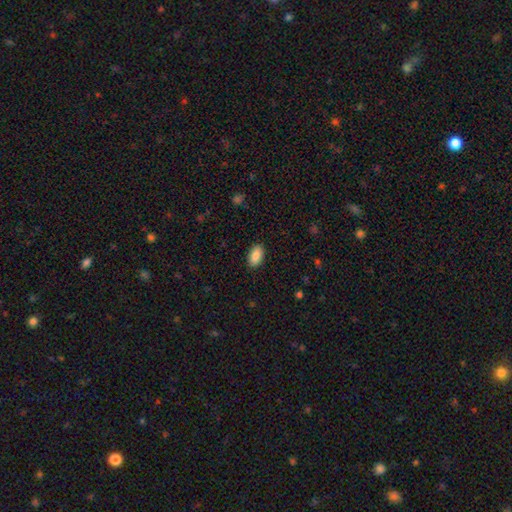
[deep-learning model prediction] Overall: smooth (88%). How rounded: in between (94%). Merging: none (90%).